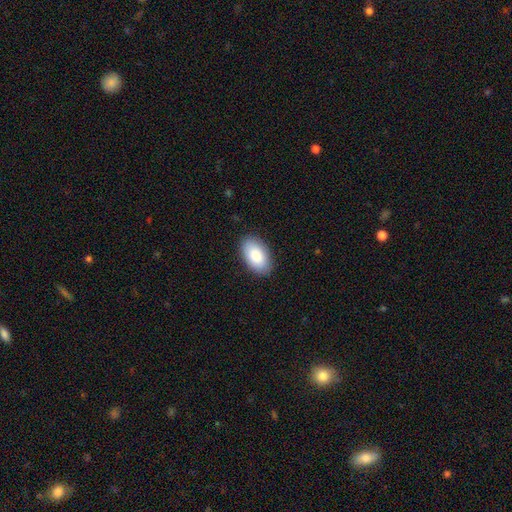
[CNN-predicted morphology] Smooth or featured?
  - smooth: 86% *
  - featured or disk: 8%
  - star or artifact: 6%
How rounded?
  - in between: 95% *
  - round: 4%
  - cigar-shaped: 1%
Merging?
  - none: 88% *
  - minor disturbance: 9%
  - major disturbance: 2%
  - merger: 1%